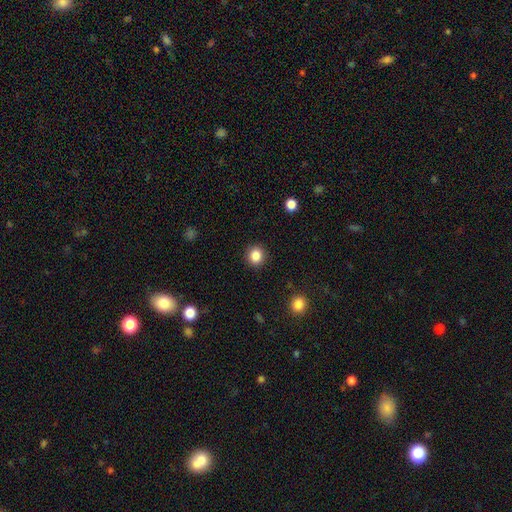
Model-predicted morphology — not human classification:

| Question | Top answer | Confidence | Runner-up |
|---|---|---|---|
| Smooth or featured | smooth | 86% | star or artifact (10%) |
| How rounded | round | 85% | in between (14%) |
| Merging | none | 91% | minor disturbance (6%) |